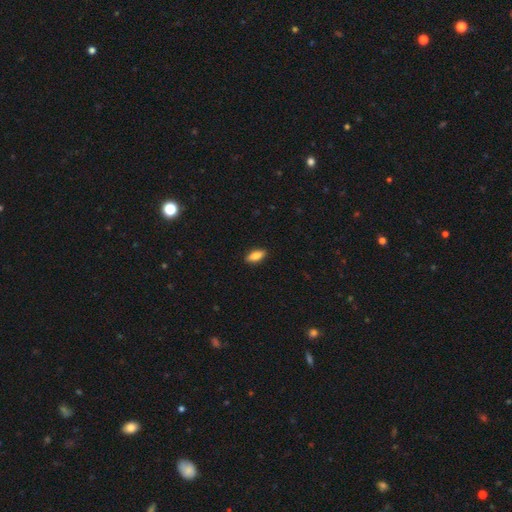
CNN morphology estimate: Smooth or featured: smooth — 84% (featured or disk — 10%)
How rounded: in between — 81% (cigar-shaped — 16%)
Merging: none — 89% (minor disturbance — 8%)